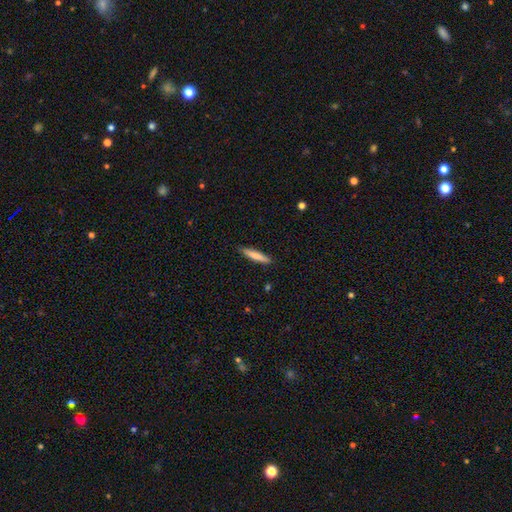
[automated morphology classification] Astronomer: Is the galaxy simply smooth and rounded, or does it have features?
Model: smooth — 79%.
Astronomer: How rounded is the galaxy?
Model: cigar-shaped — 90%.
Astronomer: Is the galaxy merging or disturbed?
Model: none — 89%.